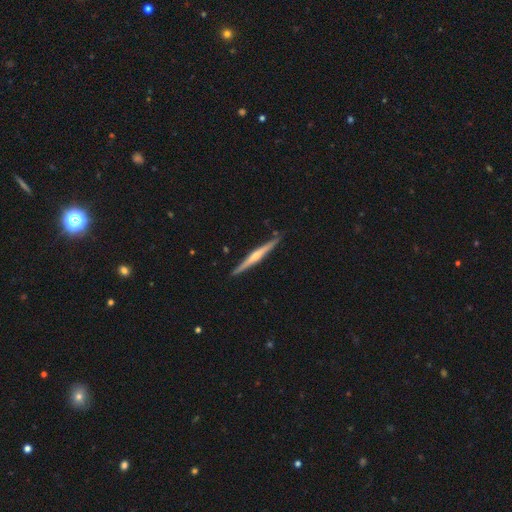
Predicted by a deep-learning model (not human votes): featured or disk 72%, smooth 23%, star or artifact 5%. Down the decision tree: edge-on disk — yes (98%); edge-on bulge — rounded (78%); merging — none (88%).